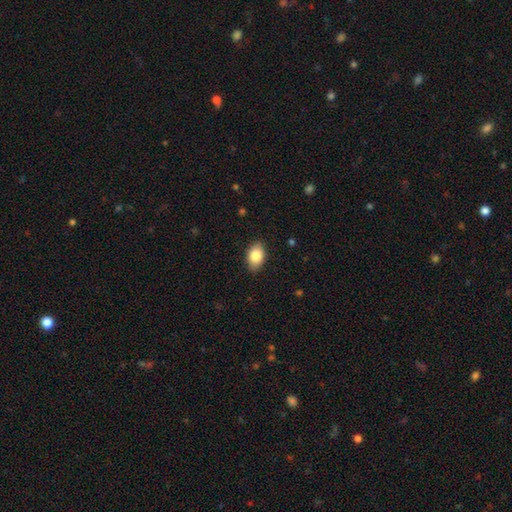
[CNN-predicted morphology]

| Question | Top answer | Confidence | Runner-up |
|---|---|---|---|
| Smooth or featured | smooth | 85% | featured or disk (8%) |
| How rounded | in between | 88% | round (11%) |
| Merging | none | 86% | minor disturbance (11%) |